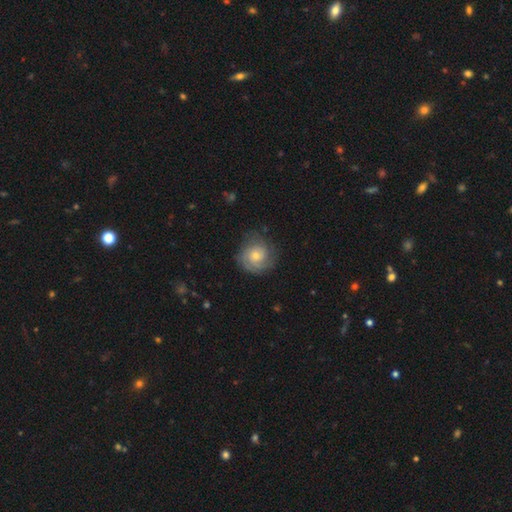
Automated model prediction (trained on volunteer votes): Smooth or featured: featured or disk — 67% (smooth — 27%)
Edge-on disk: no — 98% (yes — 2%)
Bar: no — 78% (weak — 19%)
Spiral arms: yes — 91% (no — 9%)
Spiral winding: tight — 66% (medium — 26%)
Spiral arm count: 2 — 32% (tied with can't tell — 32%)
Bulge size: small — 52% (moderate — 42%)
Merging: none — 75% (minor disturbance — 17%)